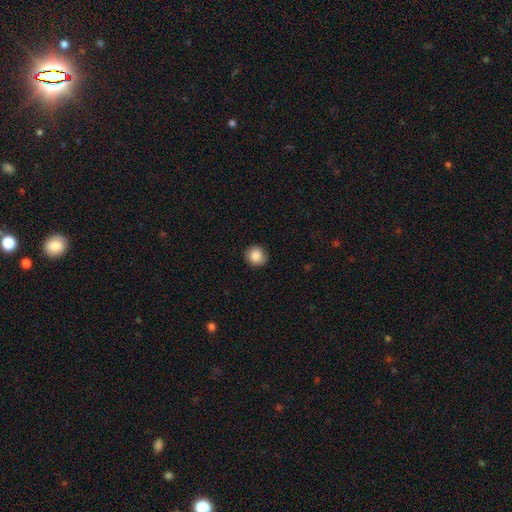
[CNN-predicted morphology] smooth-or-featured: smooth: 86% | star or artifact: 9% | featured or disk: 5%
  how-rounded: round: 88% | in between: 11% | cigar-shaped: 1%
  merging: none: 87% | minor disturbance: 10% | major disturbance: 2% | merger: 1%